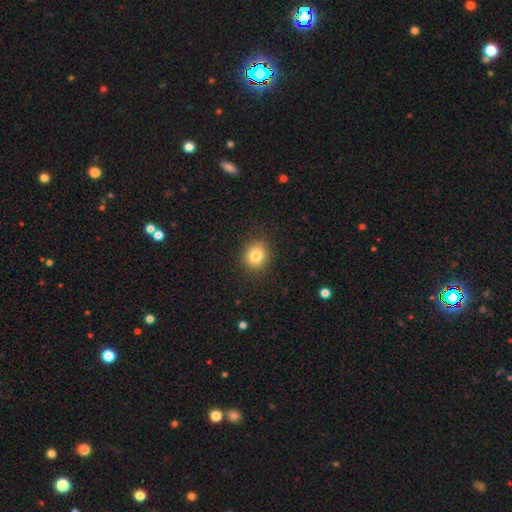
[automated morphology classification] Smooth or featured? Predicted: smooth (p=0.81). How rounded? Predicted: round (p=0.81). Merging? Predicted: none (p=0.87).